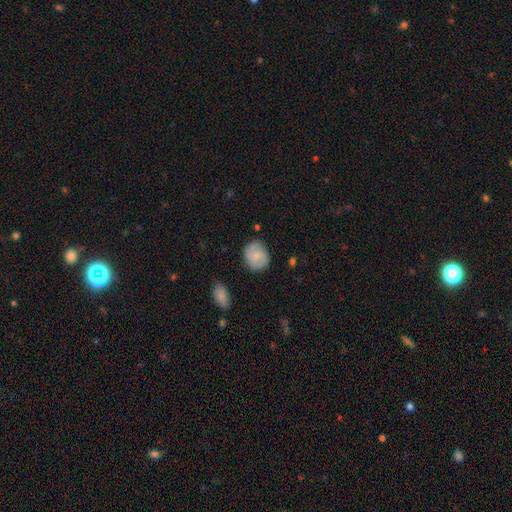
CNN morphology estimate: Overall: smooth (57%; featured or disk 36%). How rounded: round (64%; in between 35%). Merging: none (78%).